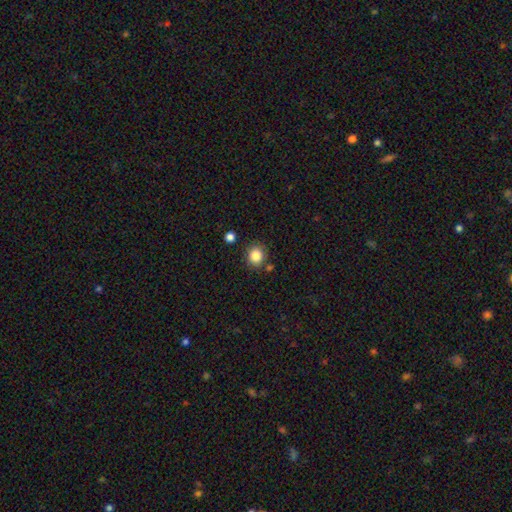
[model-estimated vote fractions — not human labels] smooth-or-featured: smooth: 84% | star or artifact: 10% | featured or disk: 5%
  how-rounded: round: 79% | in between: 20% | cigar-shaped: 1%
  merging: none: 81% | minor disturbance: 10% | merger: 5% | major disturbance: 3%